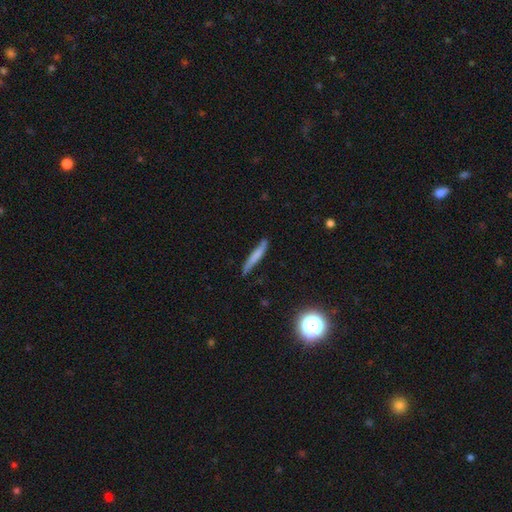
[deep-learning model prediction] smooth_or_featured: smooth (p=0.62) [alt: featured or disk p=0.31]
how_rounded: cigar-shaped (p=0.94) [alt: in between p=0.05]
merging: none (p=0.76) [alt: minor disturbance p=0.19]